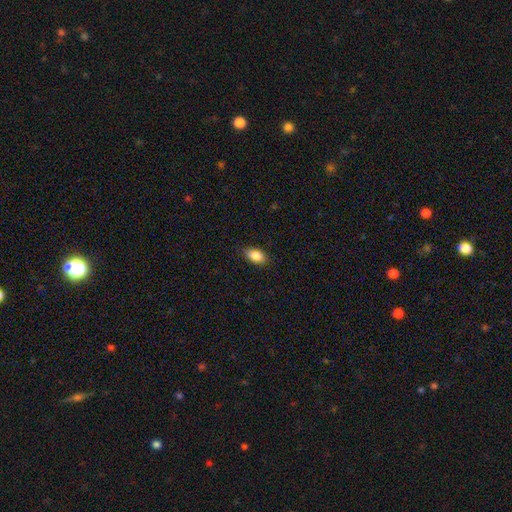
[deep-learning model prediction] A smooth galaxy with no disk features (88%) that is in between round and cigar-shaped (91%). Merging: none (86%).